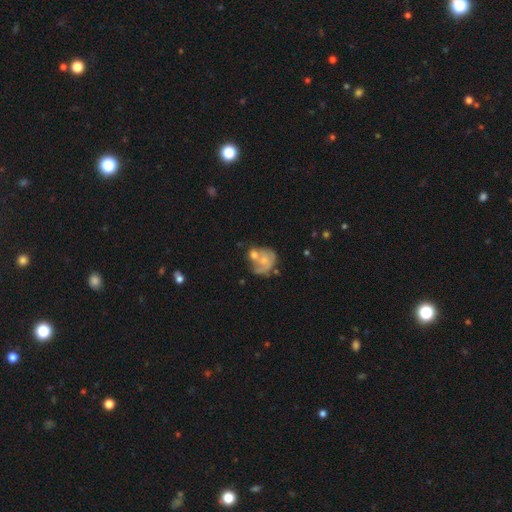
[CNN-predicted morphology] Smooth or featured?
  - featured or disk: 54% *
  - smooth: 33%
  - star or artifact: 13%
Edge-on disk?
  - no: 97% *
  - yes: 3%
Bar?
  - no: 77% *
  - weak: 19%
  - strong: 4%
Spiral arms?
  - yes: 61% *
  - no: 39%
Bulge size?
  - small: 52% *
  - moderate: 32%
  - none: 12%
  - large: 3%
  - dominant: 2%
Merging?
  - none: 39% *
  - merger: 31%
  - minor disturbance: 17%
  - major disturbance: 13%